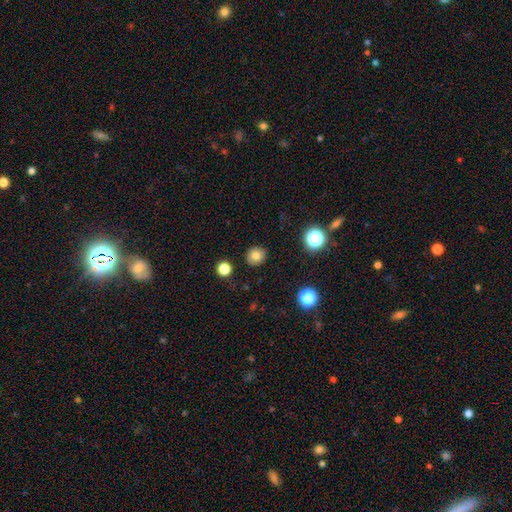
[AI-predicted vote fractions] smooth_or_featured: smooth (p=0.78) [alt: star or artifact p=0.12]
how_rounded: round (p=0.85) [alt: in between p=0.14]
merging: none (p=0.90) [alt: minor disturbance p=0.07]